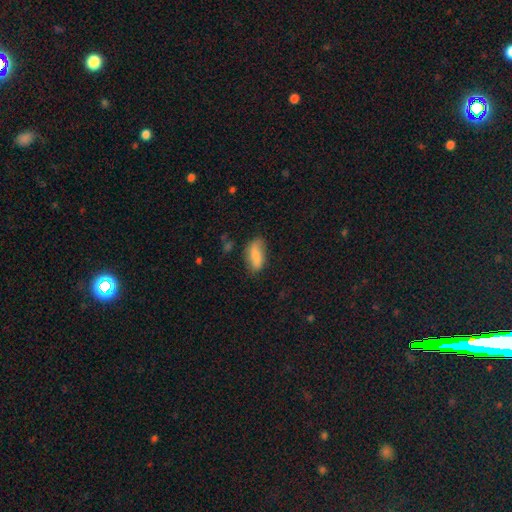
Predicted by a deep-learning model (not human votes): Q: Smooth or featured?
A: smooth (74%); runner-up: featured or disk (19%)
Q: How rounded?
A: in between (85%); runner-up: cigar-shaped (12%)
Q: Merging?
A: none (66%); runner-up: minor disturbance (25%)